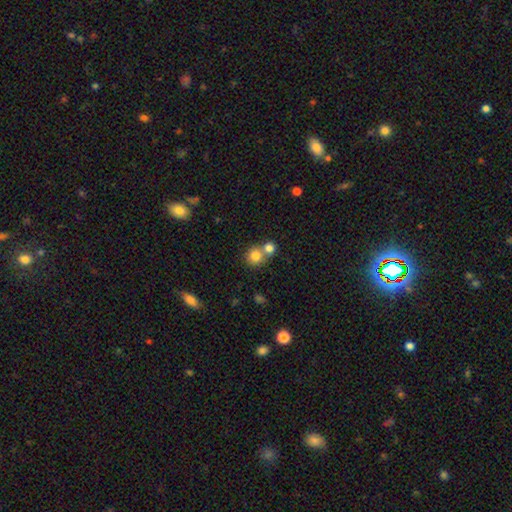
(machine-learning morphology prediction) Overall: smooth (80%). How rounded: round (88%). Merging: none (50%; merger 42%).